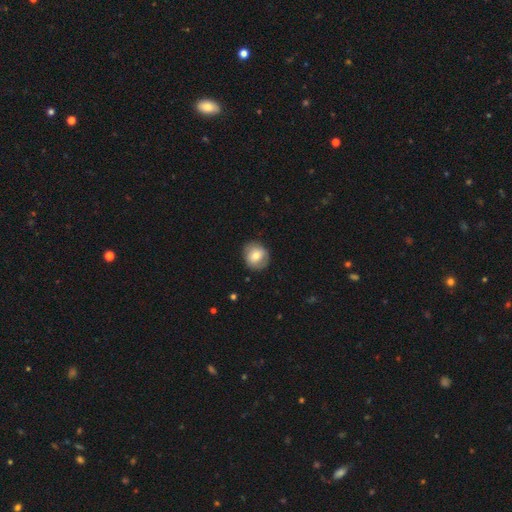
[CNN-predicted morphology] This is likely a smooth galaxy (64%). How rounded: likely round (80%). Merging: clearly none (82%).